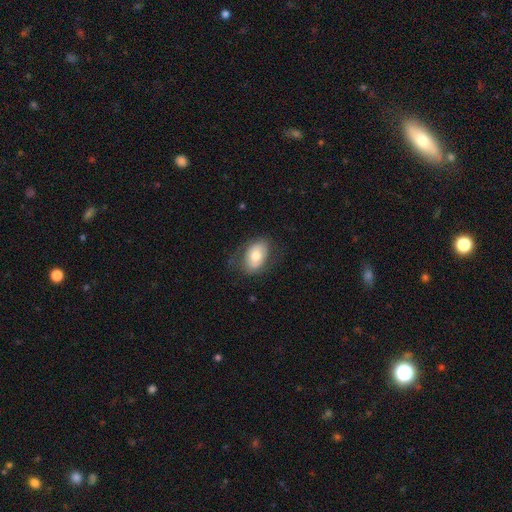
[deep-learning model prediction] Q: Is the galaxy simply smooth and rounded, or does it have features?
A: smooth — 66%.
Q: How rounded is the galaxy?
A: in between — 86%.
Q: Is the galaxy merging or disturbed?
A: none — 72%.